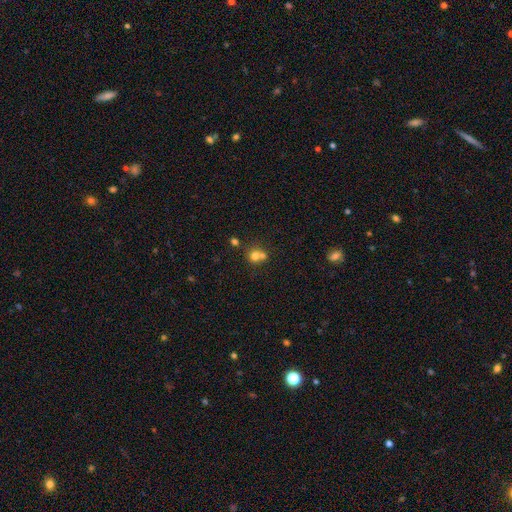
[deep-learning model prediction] Q: Smooth or featured?
A: smooth (72%); runner-up: featured or disk (14%)
Q: How rounded?
A: round (81%); runner-up: in between (18%)
Q: Merging?
A: merger (50%); runner-up: none (39%)